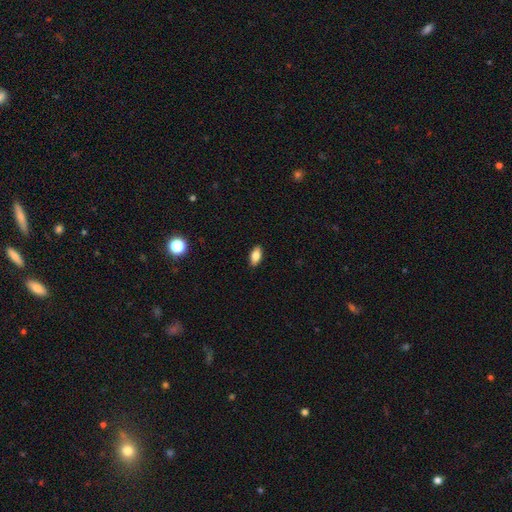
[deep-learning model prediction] Smooth or featured? Predicted: smooth (p=0.81). How rounded? Predicted: in between (p=0.89). Merging? Predicted: none (p=0.89).